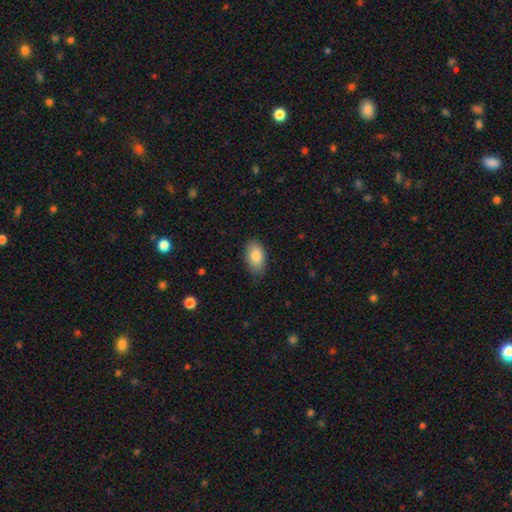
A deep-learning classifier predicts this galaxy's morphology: A smooth galaxy with no disk features (85%) that is in between round and cigar-shaped (93%). Merging: none (83%).